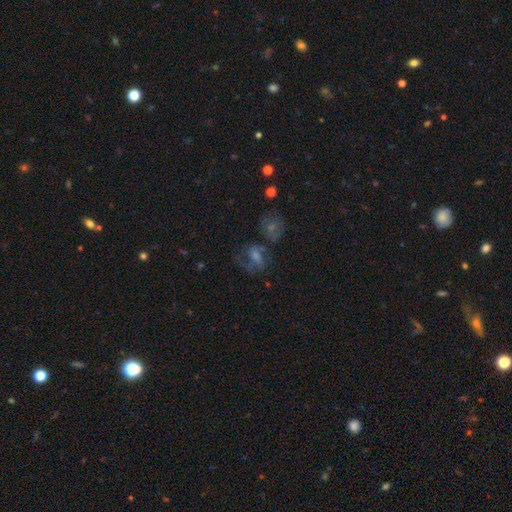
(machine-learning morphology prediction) featured or disk 49%, star or artifact 25%, smooth 25%. Down the decision tree: merging — none (52%).